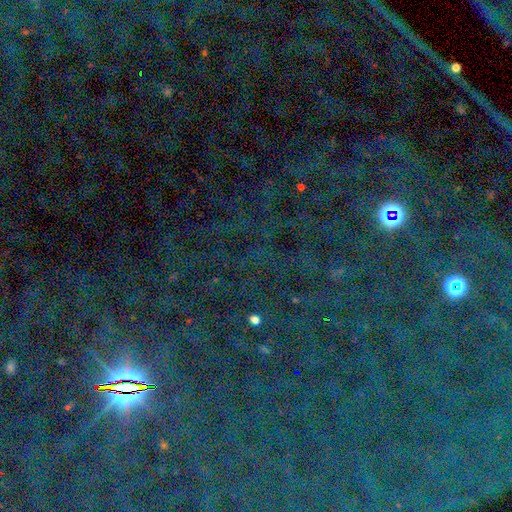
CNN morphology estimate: star or artifact 83%, smooth 9%, featured or disk 8%.